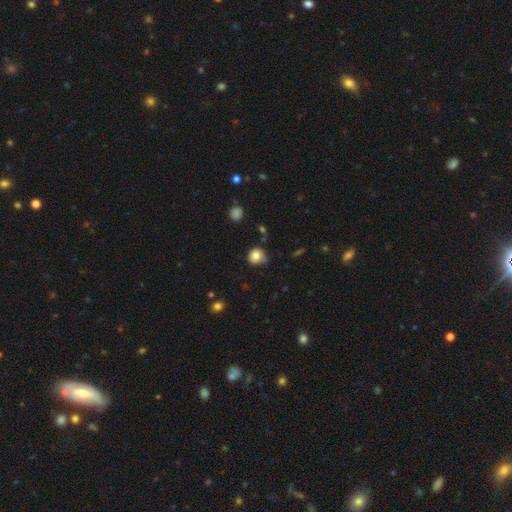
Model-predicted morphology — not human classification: A smooth galaxy with no disk features (81%) that is round (86%). Merging: none (66%).